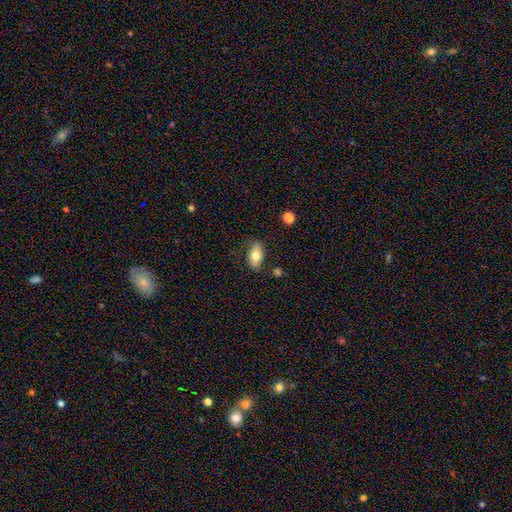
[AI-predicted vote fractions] This is likely a smooth galaxy (73%). How rounded: clearly in between (90%). Merging: likely none (79%).